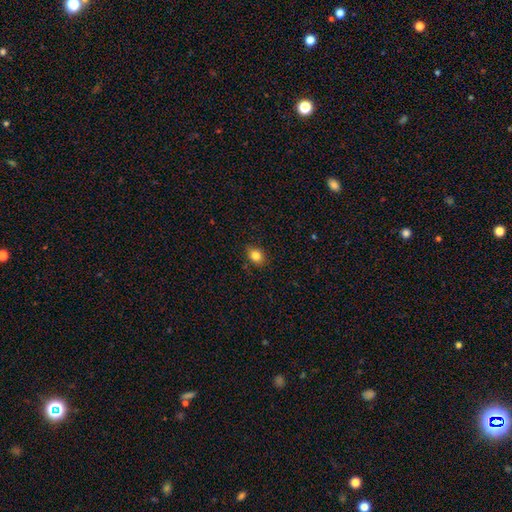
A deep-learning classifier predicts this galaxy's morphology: smooth 83%, star or artifact 10%, featured or disk 7%. Down the decision tree: how rounded — in between (56%); merging — none (85%).